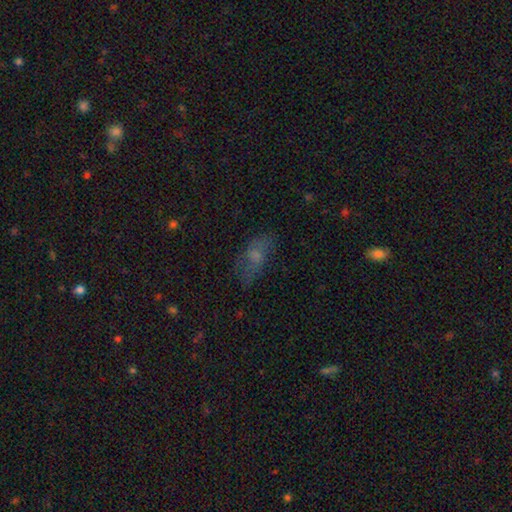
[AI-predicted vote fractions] smooth_or_featured: smooth (p=0.56) [alt: featured or disk p=0.27]
how_rounded: in between (p=0.81) [alt: cigar-shaped p=0.12]
merging: none (p=0.60) [alt: minor disturbance p=0.23]